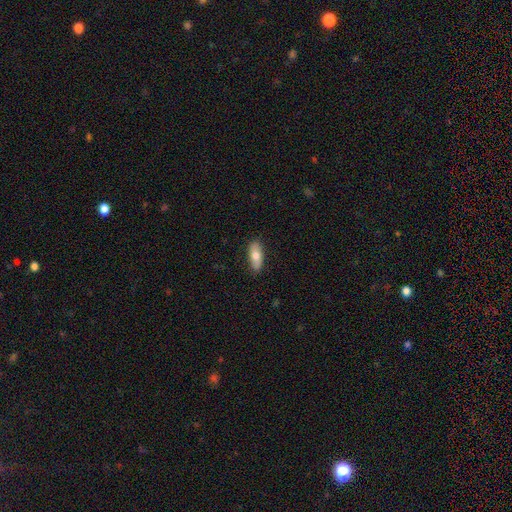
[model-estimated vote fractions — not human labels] Overall: smooth (74%). How rounded: in between (79%). Merging: none (85%).